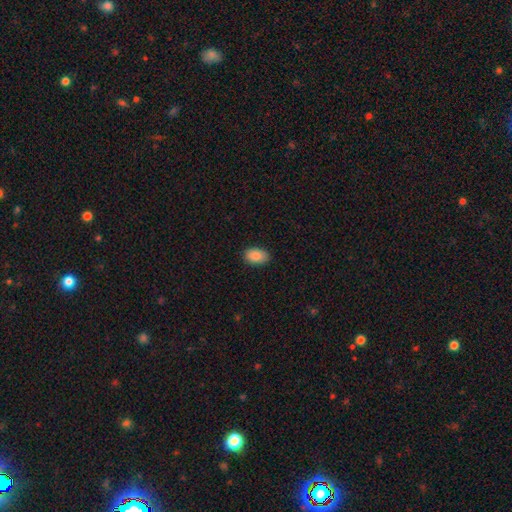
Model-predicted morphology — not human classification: type=smooth (88%); roundness=in between (90%); merging=none (88%).